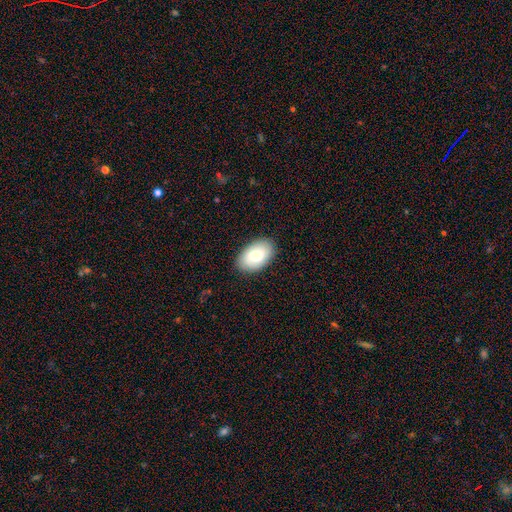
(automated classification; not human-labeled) This appears to be a smooth galaxy with no disk features (75%) that is in between round and cigar-shaped (92%). Merging: none (87%).